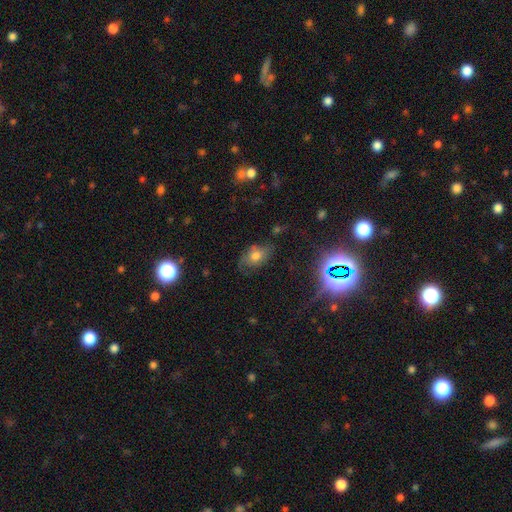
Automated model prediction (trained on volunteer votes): This appears to be a smooth galaxy with no disk features (59%) that is in between round and cigar-shaped (80%). Merging: none (58%).